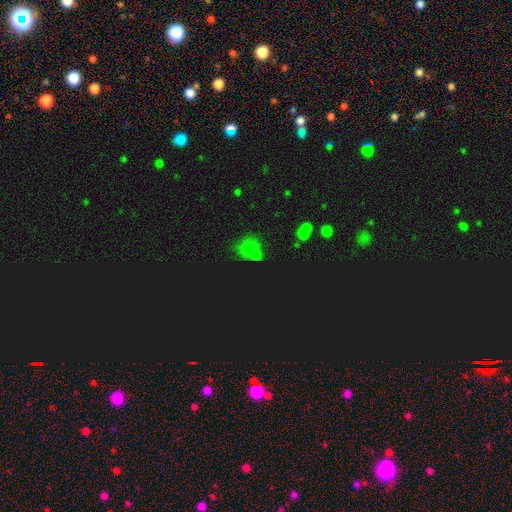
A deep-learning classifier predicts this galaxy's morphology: This appears to be a smooth galaxy with no disk features (53%) that is round (73%). Merging: none (46%).